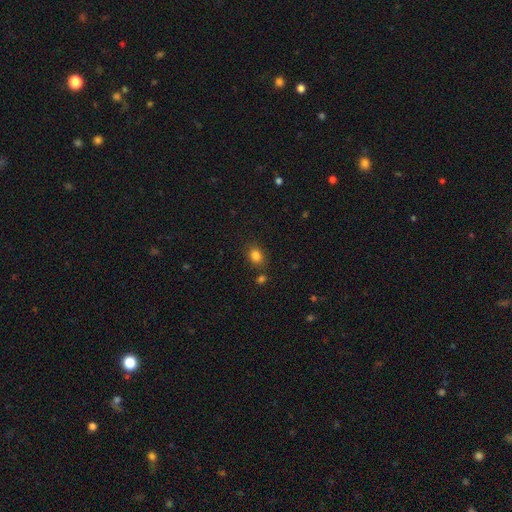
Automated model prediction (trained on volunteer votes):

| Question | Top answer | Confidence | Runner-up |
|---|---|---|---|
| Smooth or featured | smooth | 83% | star or artifact (12%) |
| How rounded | round | 51% | in between (48%) |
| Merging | none | 79% | minor disturbance (11%) |